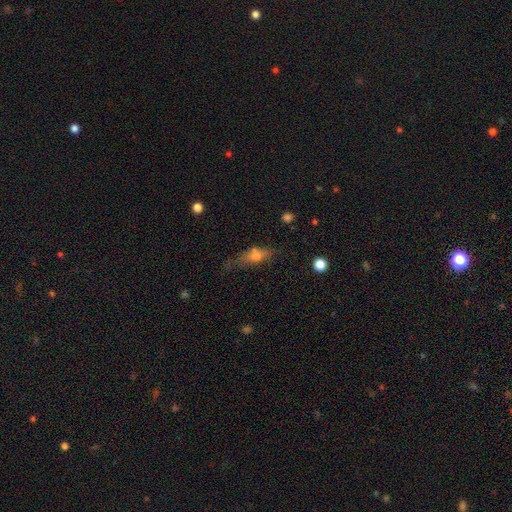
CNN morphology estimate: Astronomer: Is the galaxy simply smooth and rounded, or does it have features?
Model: smooth — 61%.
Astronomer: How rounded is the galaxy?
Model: in between — 64%.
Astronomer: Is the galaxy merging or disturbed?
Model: none — 47% (runner-up: minor disturbance, 27%).